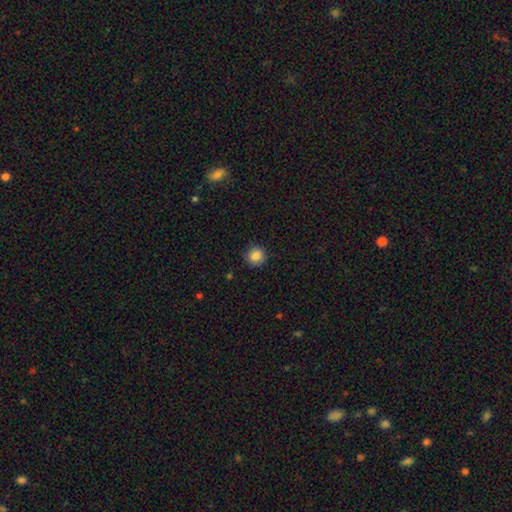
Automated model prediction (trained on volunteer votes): The model was most divided on "smooth or featured": smooth: 86%, star or artifact: 10%, featured or disk: 4%. More confident: how rounded — round (90%); merging — none (89%).